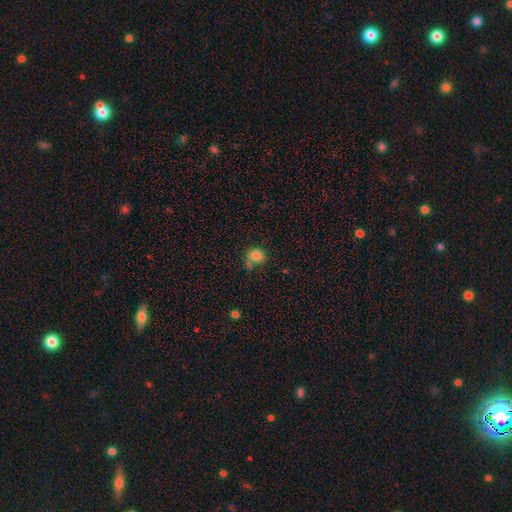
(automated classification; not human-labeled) Morphology: type=smooth (82%); roundness=round (72%); merging=none (54%).